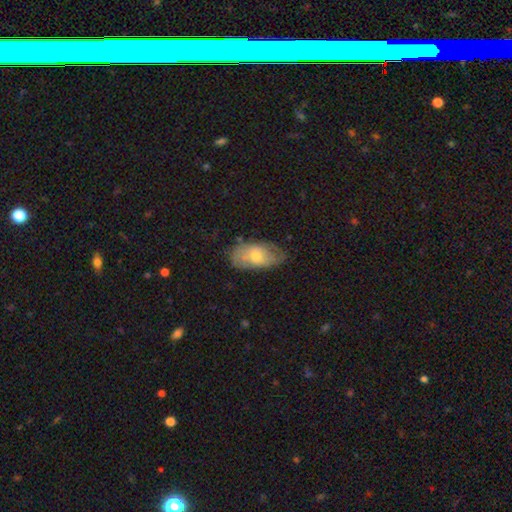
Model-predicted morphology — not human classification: A smooth galaxy with no disk features (52%) that is in between round and cigar-shaped (91%). Merging: none (62%).